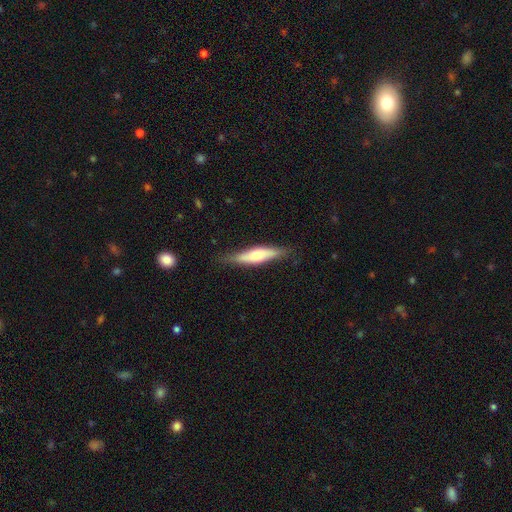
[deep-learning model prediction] smooth 52%, featured or disk 42%, star or artifact 6%. Down the decision tree: how rounded — cigar-shaped (79%); merging — none (77%).